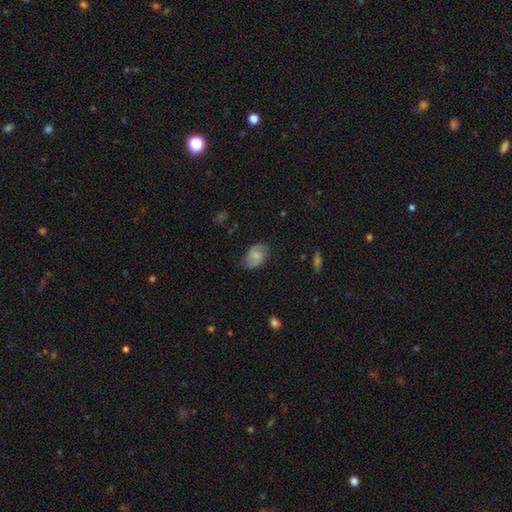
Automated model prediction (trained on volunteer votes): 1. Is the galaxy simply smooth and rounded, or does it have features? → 48% smooth, 44% featured or disk, 8% star or artifact.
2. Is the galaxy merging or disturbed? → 72% none, 21% minor disturbance, 6% major disturbance, 1% merger.